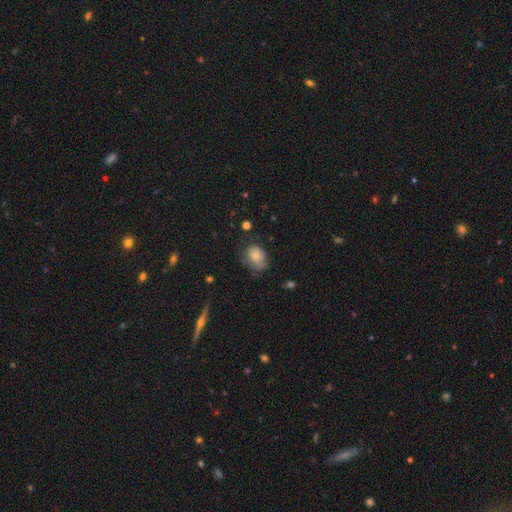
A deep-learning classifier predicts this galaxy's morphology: Overall: smooth (79%). How rounded: in between (67%; round 32%). Merging: none (49%; minor disturbance 34%).